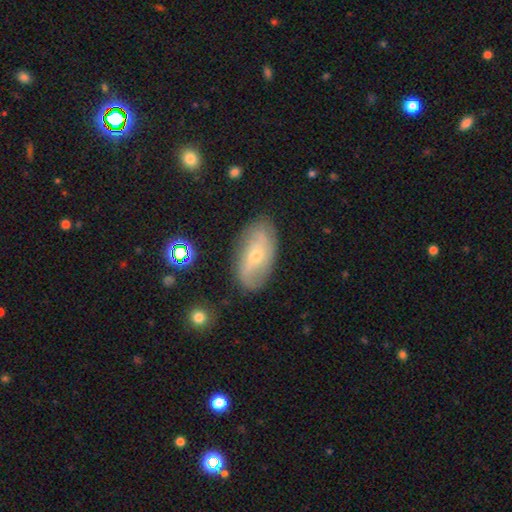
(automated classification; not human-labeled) A featured or disk galaxy (64%) with no bar (55%), spiral arms (80%) and a small central bulge (58%). Merging: none (78%).